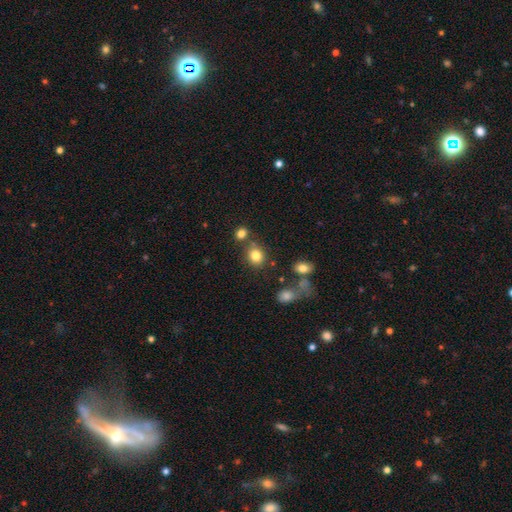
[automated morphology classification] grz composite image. It shows a smooth galaxy with no disk features (81%) that is round (70%). Merging: none (70%).